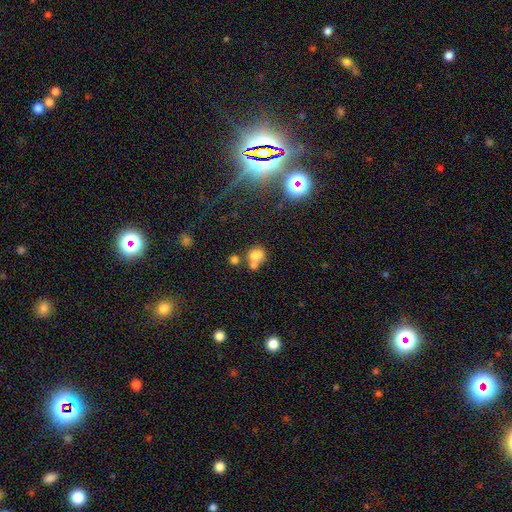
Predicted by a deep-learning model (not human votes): Smooth or featured? Predicted: smooth (p=0.72). How rounded? Predicted: round (p=0.71). Merging? Predicted: merger (p=0.43).